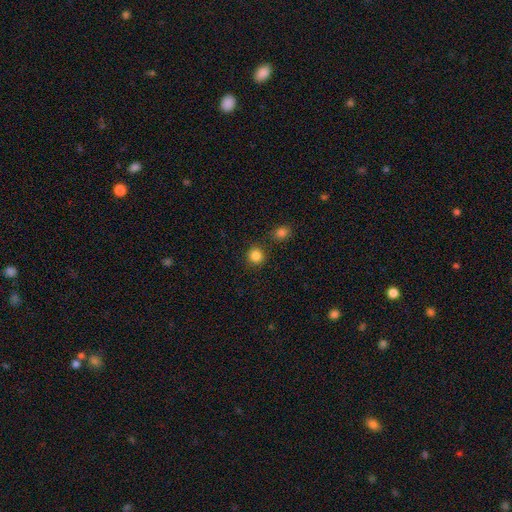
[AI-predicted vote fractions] smooth_or_featured: smooth (p=0.84) [alt: star or artifact p=0.12]
how_rounded: round (p=0.93) [alt: in between p=0.06]
merging: none (p=0.86) [alt: minor disturbance p=0.06]